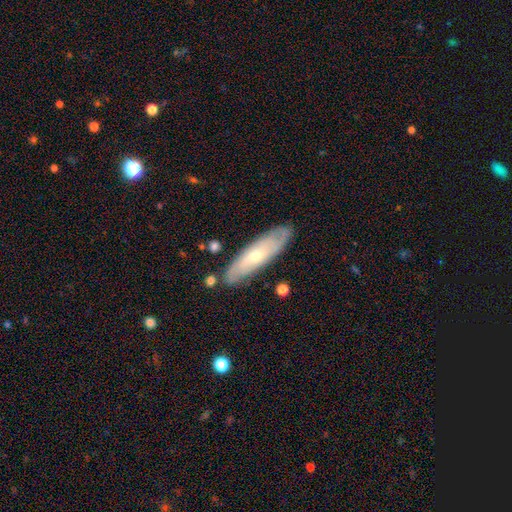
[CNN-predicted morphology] smooth_or_featured: featured or disk (p=0.56) [alt: smooth p=0.38]
disk_edge_on: no (p=0.64) [alt: yes p=0.36]
merging: none (p=0.82) [alt: minor disturbance p=0.13]